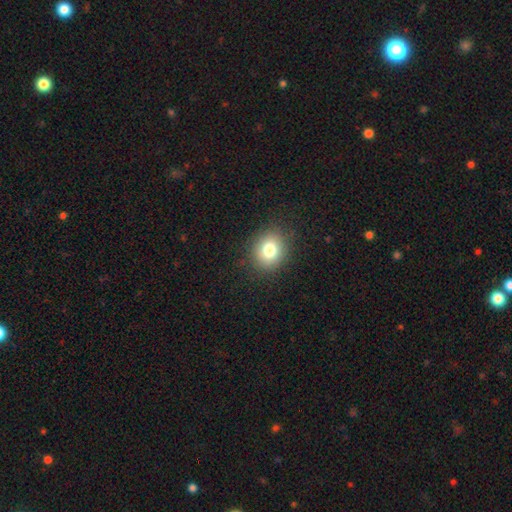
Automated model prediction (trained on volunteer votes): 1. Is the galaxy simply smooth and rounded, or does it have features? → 76% smooth, 18% star or artifact, 6% featured or disk.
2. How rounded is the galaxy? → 76% round, 23% in between, 1% cigar-shaped.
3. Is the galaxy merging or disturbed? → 92% none, 5% minor disturbance, 2% major disturbance, 1% merger.